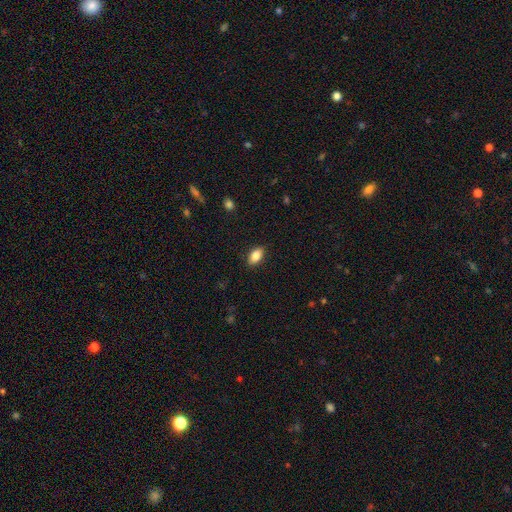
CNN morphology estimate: A smooth galaxy with no disk features (85%) that is in between round and cigar-shaped (90%).

Vote fractions:
- Smooth or featured? smooth: 85% / star or artifact: 8% / featured or disk: 7%
- How rounded? in between: 90% / round: 6% / cigar-shaped: 3%
- Merging? none: 88% / minor disturbance: 9% / major disturbance: 2% / merger: 1%